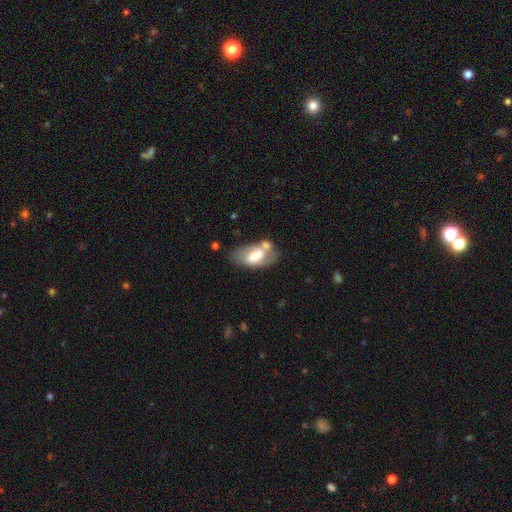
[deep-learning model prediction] Overall: smooth (47%; featured or disk 46%). Merging: none (45%; merger 25%).